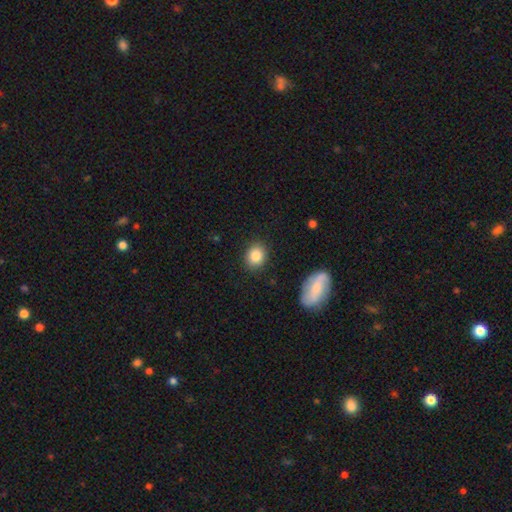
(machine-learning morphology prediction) Q: Smooth or featured?
A: smooth (85%); runner-up: star or artifact (9%)
Q: How rounded?
A: round (62%); runner-up: in between (37%)
Q: Merging?
A: none (87%); runner-up: minor disturbance (9%)